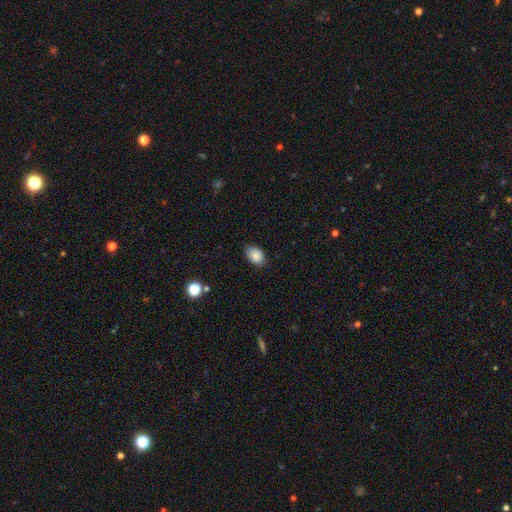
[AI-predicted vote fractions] smooth 86%, star or artifact 9%, featured or disk 5%. Down the decision tree: how rounded — in between (78%); merging — none (77%).